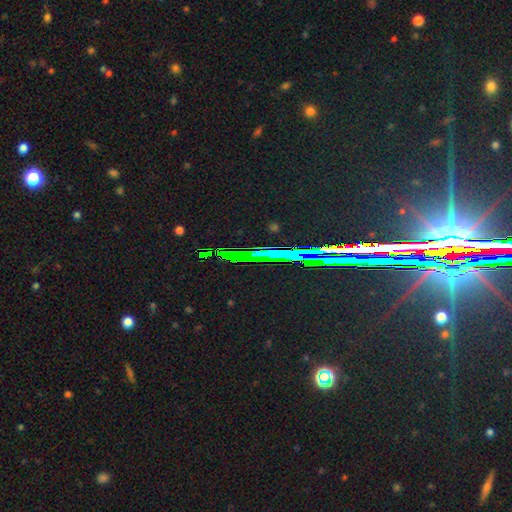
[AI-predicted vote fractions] Smooth or featured? star or artifact (75%)